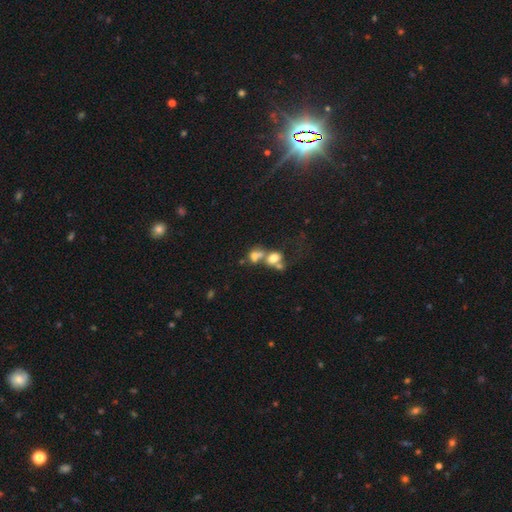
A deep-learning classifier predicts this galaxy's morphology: The model was most divided on "how rounded": round: 54%, in between: 44%, cigar-shaped: 2%. More confident: smooth or featured — smooth (64%); merging — merger (64%).